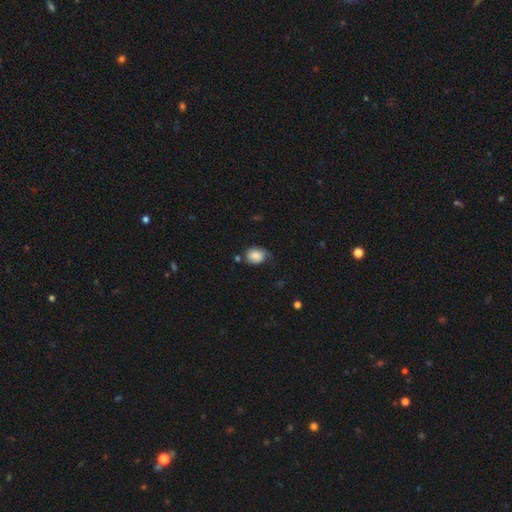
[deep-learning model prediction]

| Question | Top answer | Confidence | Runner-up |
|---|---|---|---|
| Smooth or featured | smooth | 78% | featured or disk (13%) |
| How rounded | round | 50% | in between (49%) |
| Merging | none | 44% | minor disturbance (36%) |